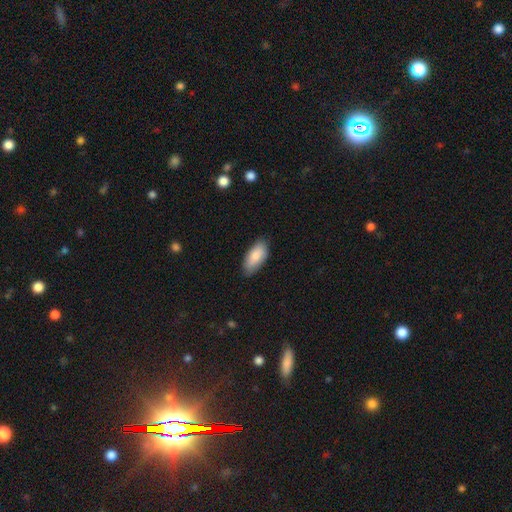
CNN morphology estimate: Smooth or featured? smooth (84%)
How rounded? in between (90%)
Merging? none (79%)